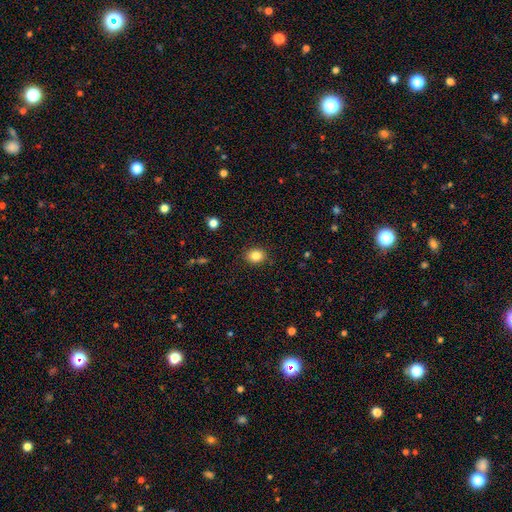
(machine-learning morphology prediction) This is clearly a smooth galaxy (84%). How rounded: possibly round (59%). Merging: clearly none (89%).